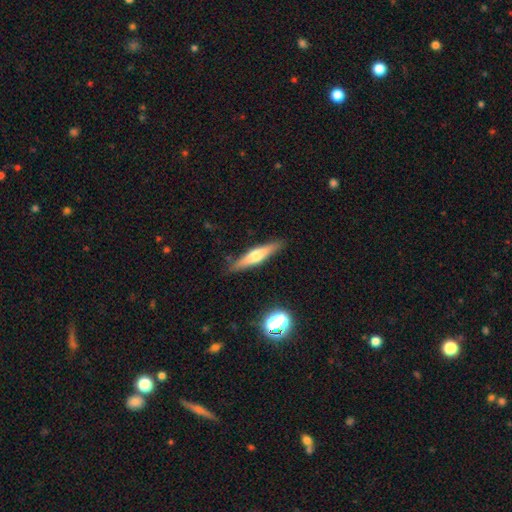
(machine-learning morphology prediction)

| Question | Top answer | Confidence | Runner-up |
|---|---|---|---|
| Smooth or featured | featured or disk | 52% | smooth (41%) |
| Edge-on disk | yes | 94% | no (6%) |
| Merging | none | 87% | minor disturbance (9%) |